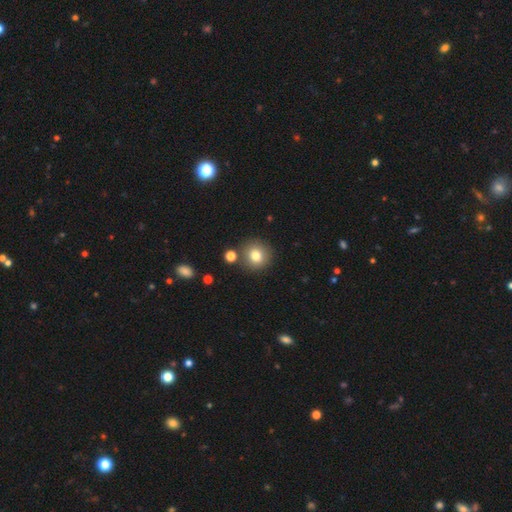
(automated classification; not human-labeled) Overall: smooth (79%). How rounded: round (90%). Merging: none (81%).